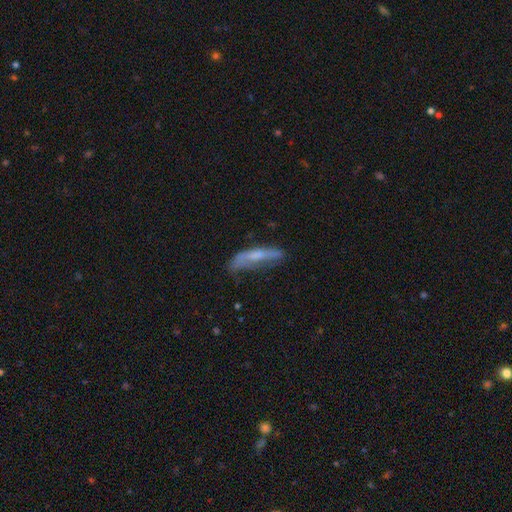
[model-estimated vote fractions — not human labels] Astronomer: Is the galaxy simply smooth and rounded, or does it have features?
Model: smooth — 48% (runner-up: featured or disk, 43%).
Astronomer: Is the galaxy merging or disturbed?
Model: none — 46% (runner-up: minor disturbance, 31%).